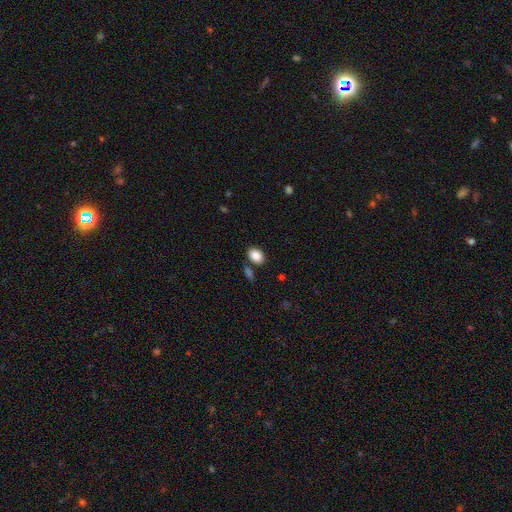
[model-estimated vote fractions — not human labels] smooth-or-featured: smooth: 87% | star or artifact: 8% | featured or disk: 4%
  how-rounded: in between: 80% | round: 19% | cigar-shaped: 1%
  merging: none: 77% | minor disturbance: 11% | merger: 9% | major disturbance: 3%